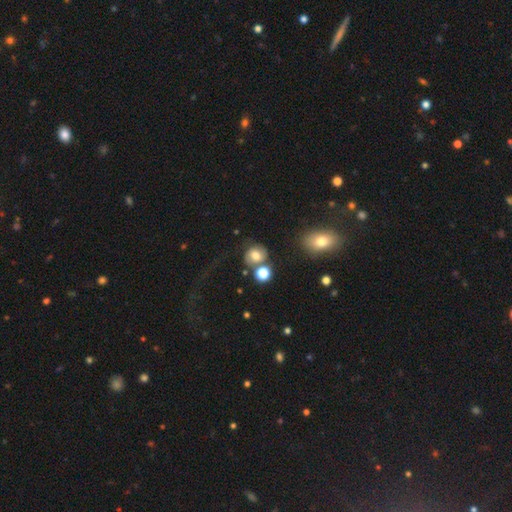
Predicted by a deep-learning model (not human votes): Morphology: type=smooth (58%); roundness=round (73%); merging=none (56%).